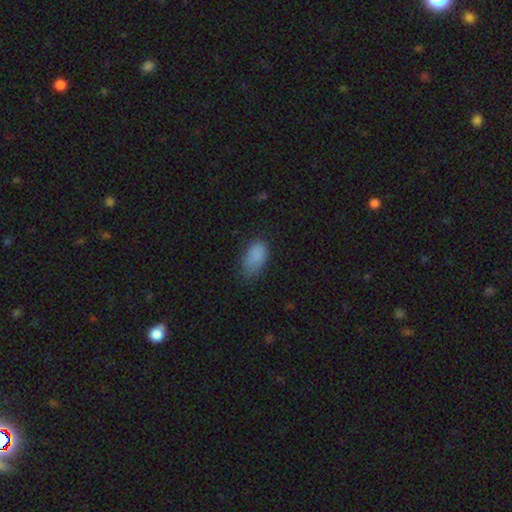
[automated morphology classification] Smooth or featured? smooth (83%)
How rounded? in between (92%)
Merging? none (53%)